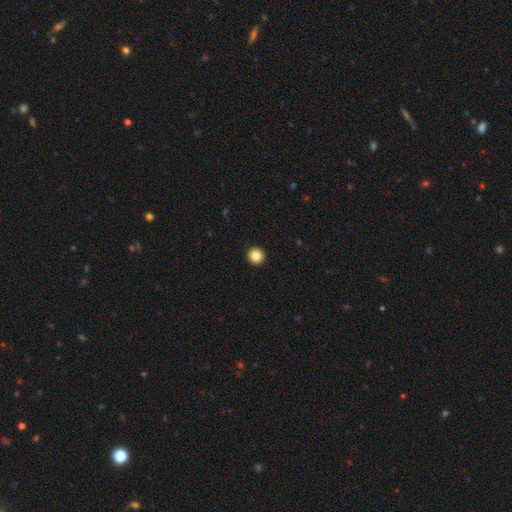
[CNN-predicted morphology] Smooth or featured?
  - smooth: 85% *
  - star or artifact: 10%
  - featured or disk: 5%
How rounded?
  - round: 95% *
  - in between: 4%
  - cigar-shaped: 1%
Merging?
  - none: 94% *
  - minor disturbance: 4%
  - major disturbance: 1%
  - merger: 1%